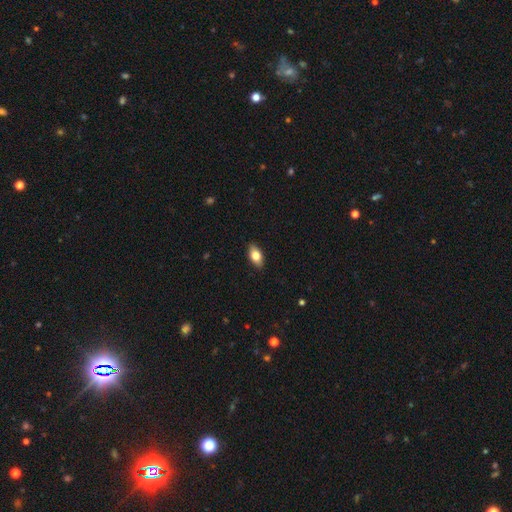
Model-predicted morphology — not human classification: The model was most divided on "smooth or featured": smooth: 77%, featured or disk: 16%, star or artifact: 7%. More confident: how rounded — in between (89%); merging — none (89%).